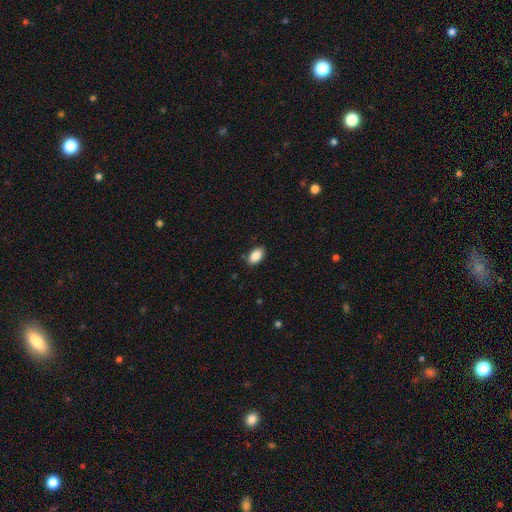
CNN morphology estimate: A smooth galaxy with no disk features (88%) that is in between round and cigar-shaped (92%). Merging: none (85%).